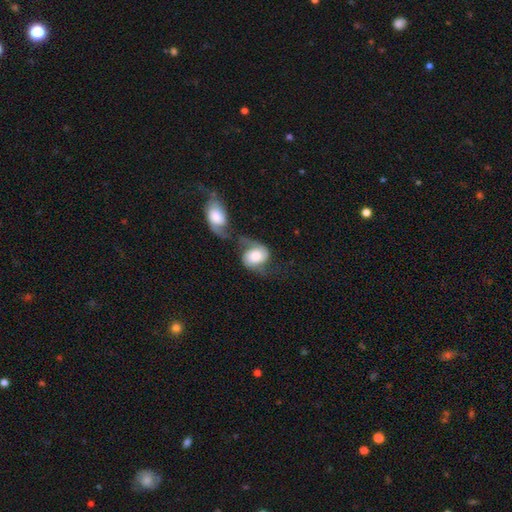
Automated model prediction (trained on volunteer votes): A featured or disk galaxy (62%) with no bar (66%), 2 (83%) loose (46%) spiral arms (89%) and a large central bulge (37%). Merging: merger (60%).